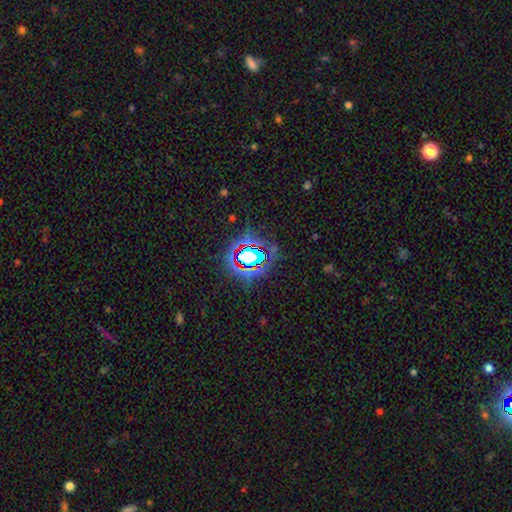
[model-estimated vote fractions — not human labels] Q: Smooth or featured?
A: star or artifact (75%); runner-up: smooth (15%)